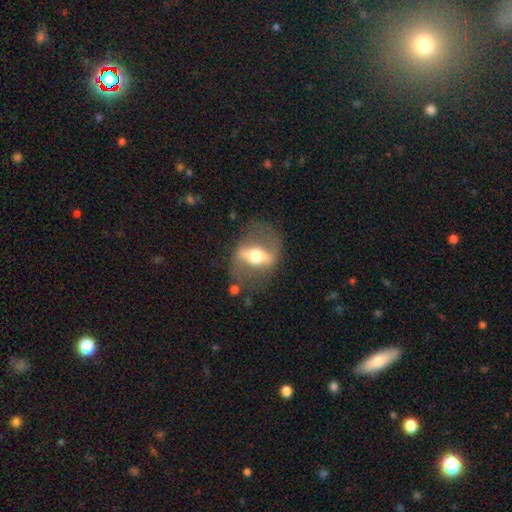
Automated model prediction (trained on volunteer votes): A featured or disk galaxy (73%).

Vote fractions:
- Smooth or featured? featured or disk: 73% / smooth: 21% / star or artifact: 6%
- Edge-on disk? no: 69% / yes: 31%
- Merging? none: 69% / minor disturbance: 15% / major disturbance: 13% / merger: 3%